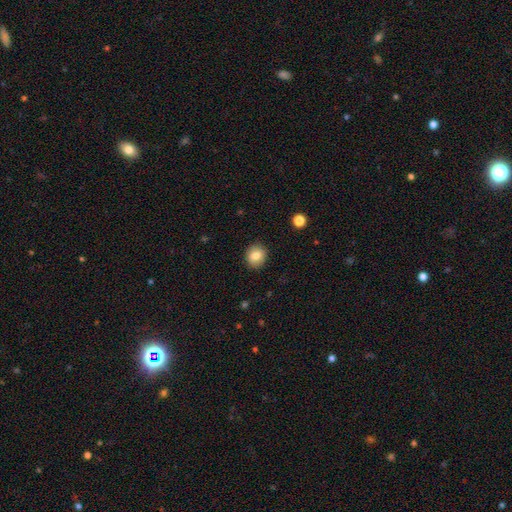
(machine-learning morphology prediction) This appears to be a smooth galaxy with no disk features (82%) that is round (76%). Merging: none (90%).